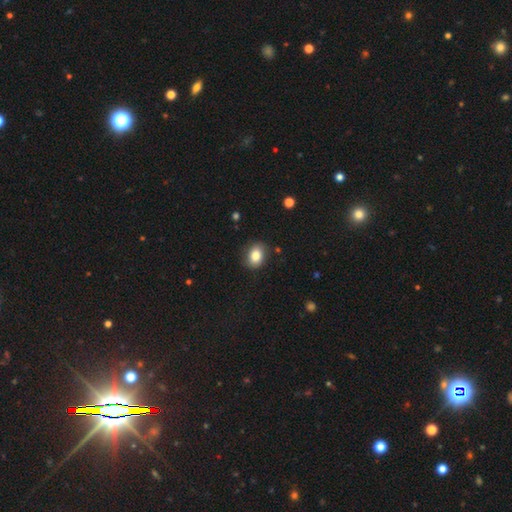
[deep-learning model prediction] Smooth or featured? Predicted: smooth (p=0.84). How rounded? Predicted: in between (p=0.62). Merging? Predicted: none (p=0.84).